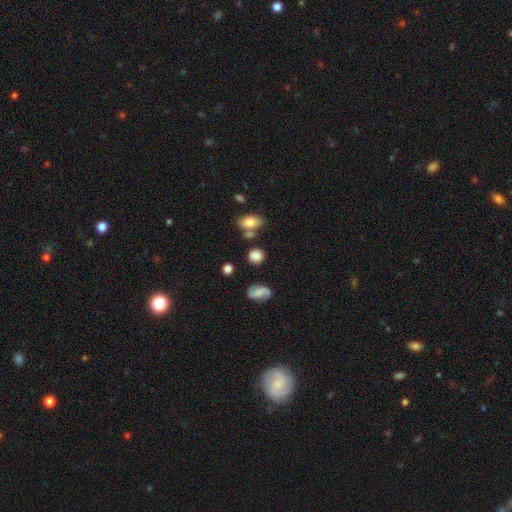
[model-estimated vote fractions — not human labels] smooth_or_featured: smooth (p=0.77) [alt: featured or disk p=0.12]
how_rounded: round (p=0.77) [alt: in between p=0.22]
merging: none (p=0.71) [alt: minor disturbance p=0.14]